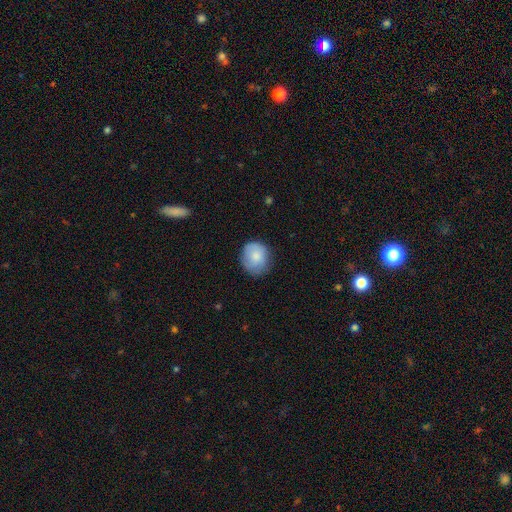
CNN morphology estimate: This is likely a smooth galaxy (80%). How rounded: clearly round (80%). Merging: likely none (74%).